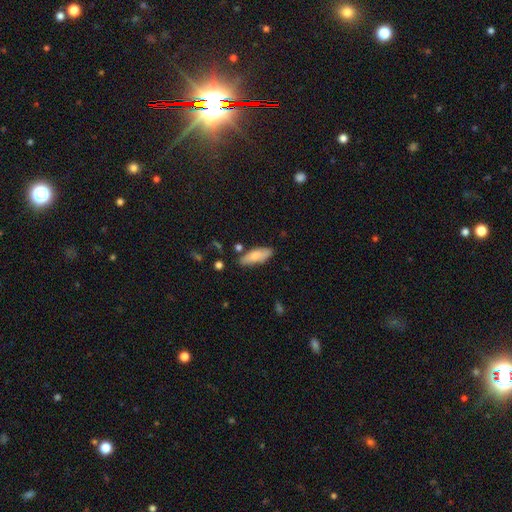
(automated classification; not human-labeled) smooth 77%, featured or disk 16%, star or artifact 6%. Down the decision tree: how rounded — in between (63%); merging — none (79%).